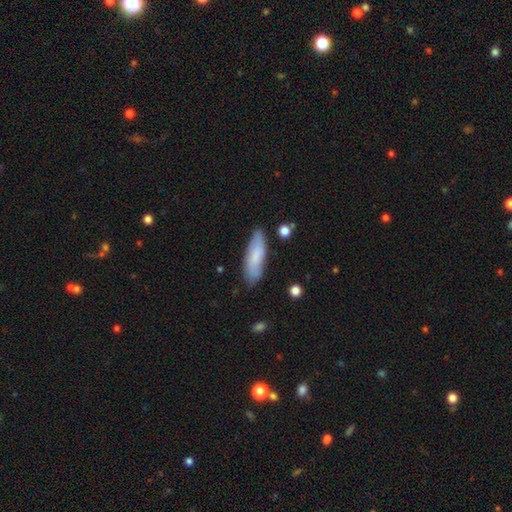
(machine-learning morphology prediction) smooth-or-featured: smooth: 74% | featured or disk: 20% | star or artifact: 6%
  how-rounded: in between: 51% | cigar-shaped: 48% | round: 2%
  merging: none: 79% | minor disturbance: 16% | major disturbance: 3% | merger: 2%